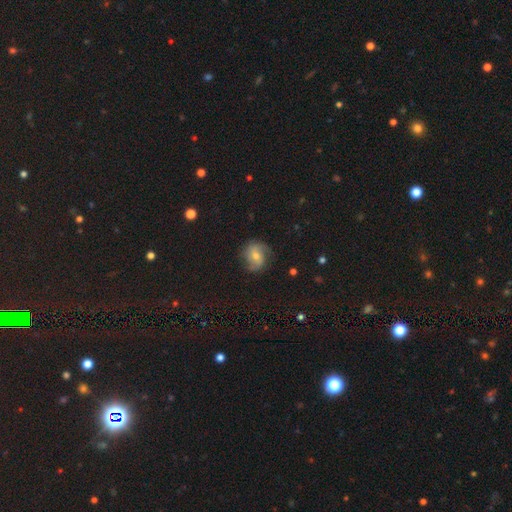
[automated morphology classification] Overall: featured or disk (56%; smooth 34%). Edge-on disk: no (97%). Bar: no (50%; weak 38%). Spiral arms: yes (86%). Bulge size: moderate (51%; small 43%). Merging: none (70%).